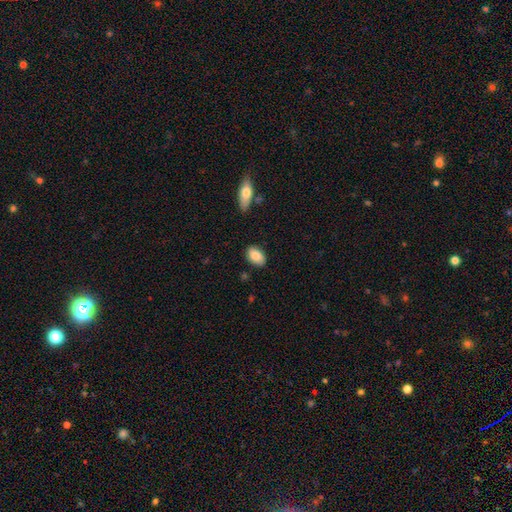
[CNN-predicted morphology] smooth-or-featured: smooth: 86% | featured or disk: 8% | star or artifact: 7%
  how-rounded: in between: 90% | round: 8% | cigar-shaped: 2%
  merging: none: 85% | minor disturbance: 11% | major disturbance: 2% | merger: 2%